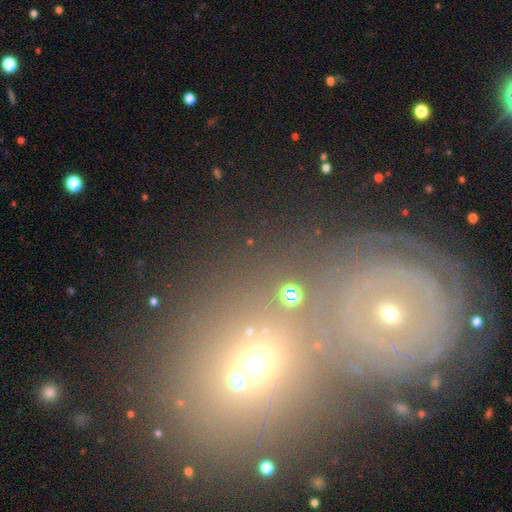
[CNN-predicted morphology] type=smooth (35%); merging=none (44%).